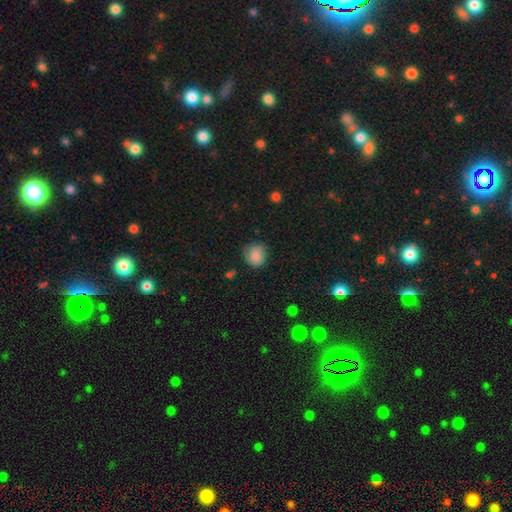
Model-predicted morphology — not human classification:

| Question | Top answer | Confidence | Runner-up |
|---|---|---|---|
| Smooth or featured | smooth | 82% | featured or disk (9%) |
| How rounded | round | 76% | in between (23%) |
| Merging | none | 65% | minor disturbance (26%) |